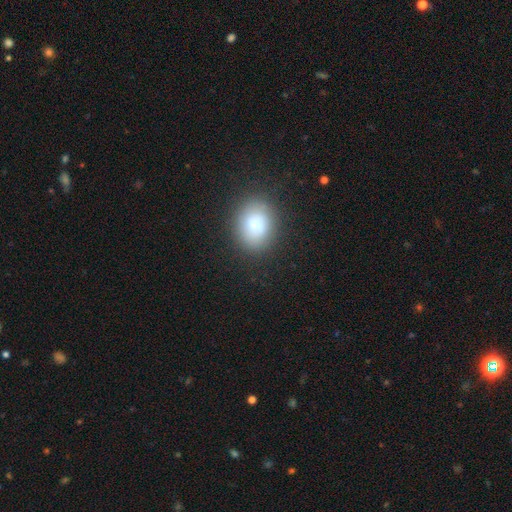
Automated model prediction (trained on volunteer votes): A smooth galaxy with no disk features (77%) that is round (54%).

Vote fractions:
- Smooth or featured? smooth: 77% / star or artifact: 17% / featured or disk: 7%
- How rounded? round: 54% / in between: 44% / cigar-shaped: 1%
- Merging? none: 92% / minor disturbance: 5% / major disturbance: 2% / merger: 1%